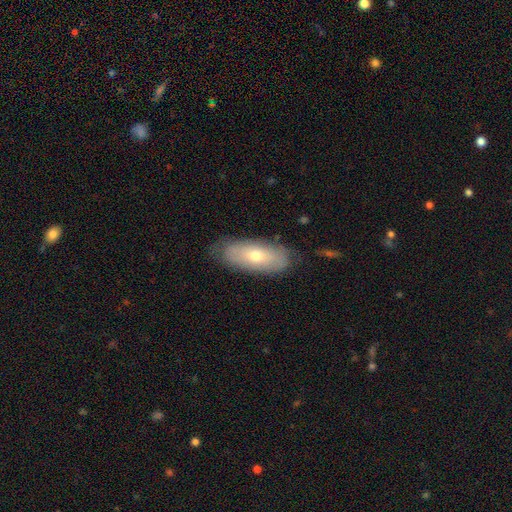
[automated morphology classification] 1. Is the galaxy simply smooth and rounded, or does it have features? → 57% smooth, 36% featured or disk, 7% star or artifact.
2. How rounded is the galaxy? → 78% in between, 20% cigar-shaped, 3% round.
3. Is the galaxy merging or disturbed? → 78% none, 17% minor disturbance, 4% major disturbance, 1% merger.